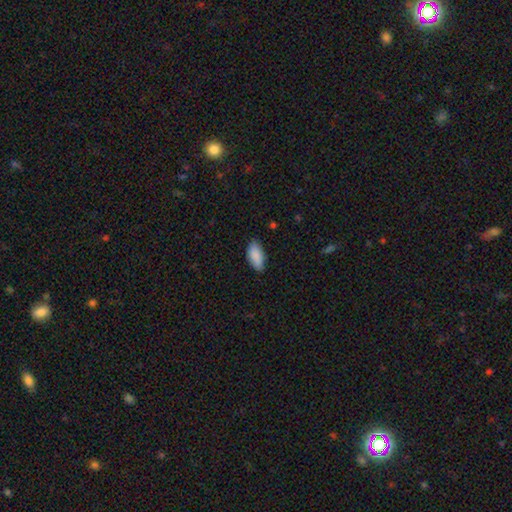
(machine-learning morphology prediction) Overall: smooth (89%). How rounded: in between (90%). Merging: none (81%).